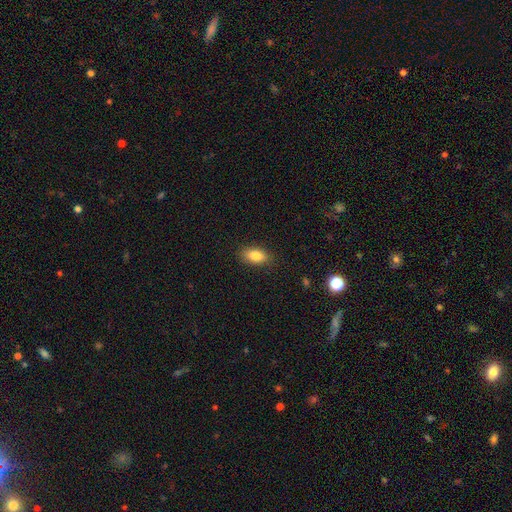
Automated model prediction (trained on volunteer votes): Q: Smooth or featured?
A: smooth (84%); runner-up: featured or disk (9%)
Q: How rounded?
A: in between (89%); runner-up: round (6%)
Q: Merging?
A: none (86%); runner-up: minor disturbance (10%)